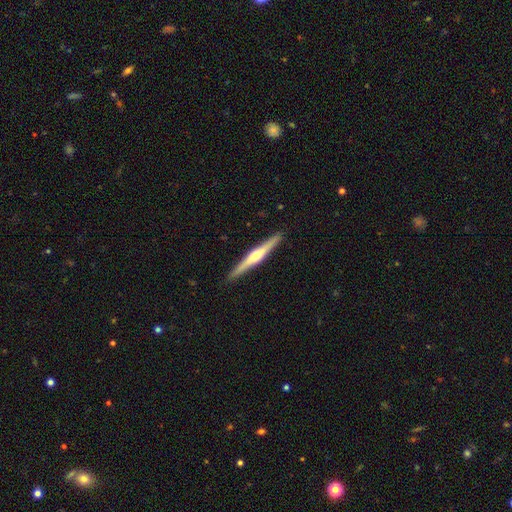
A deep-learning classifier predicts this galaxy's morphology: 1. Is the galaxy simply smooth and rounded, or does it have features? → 72% featured or disk, 23% smooth, 5% star or artifact.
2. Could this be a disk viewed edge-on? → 98% yes, 2% no.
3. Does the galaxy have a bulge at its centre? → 86% rounded, 7% none, 7% boxy.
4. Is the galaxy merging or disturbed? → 92% none, 6% minor disturbance, 1% major disturbance, 1% merger.